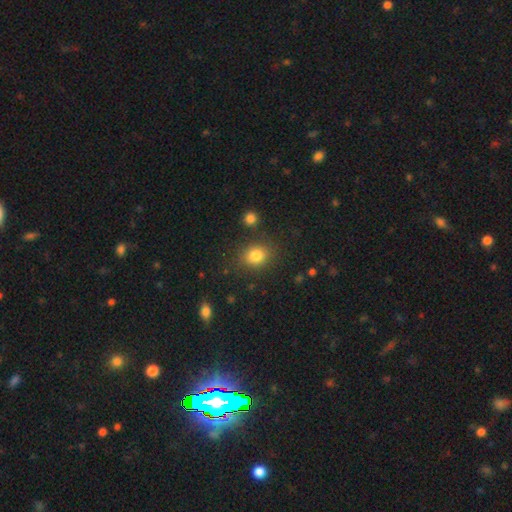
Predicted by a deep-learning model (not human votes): The model was most divided on "how rounded": round: 61%, in between: 38%, cigar-shaped: 1%. More confident: smooth or featured — smooth (82%); merging — none (81%).